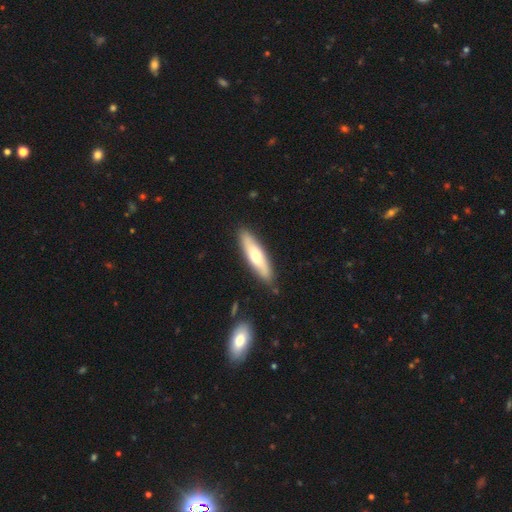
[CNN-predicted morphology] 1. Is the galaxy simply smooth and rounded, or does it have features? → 59% smooth, 36% featured or disk, 5% star or artifact.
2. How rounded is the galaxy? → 71% cigar-shaped, 28% in between, 2% round.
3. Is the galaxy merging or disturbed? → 86% none, 10% minor disturbance, 2% merger, 2% major disturbance.